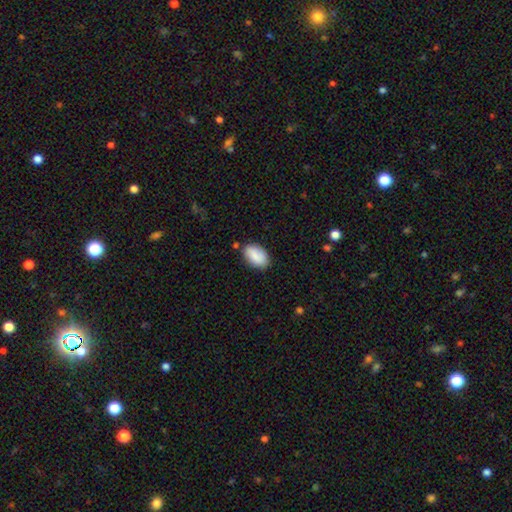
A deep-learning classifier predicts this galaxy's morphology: Smooth or featured: smooth — 86% (featured or disk — 7%)
How rounded: in between — 93% (round — 5%)
Merging: none — 77% (minor disturbance — 16%)